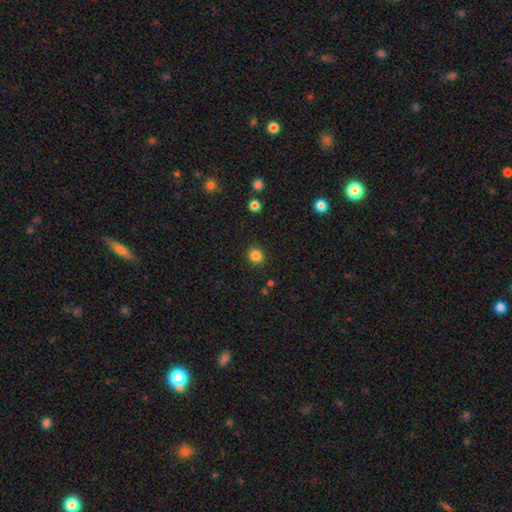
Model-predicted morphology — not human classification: type=smooth (85%); roundness=round (89%); merging=none (90%).